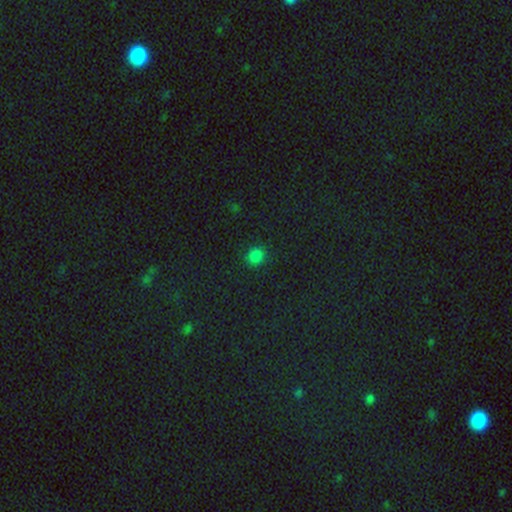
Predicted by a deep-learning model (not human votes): smooth-or-featured: smooth: 78% | star or artifact: 18% | featured or disk: 4%
  how-rounded: round: 78% | in between: 21% | cigar-shaped: 1%
  merging: none: 87% | minor disturbance: 9% | major disturbance: 3% | merger: 1%